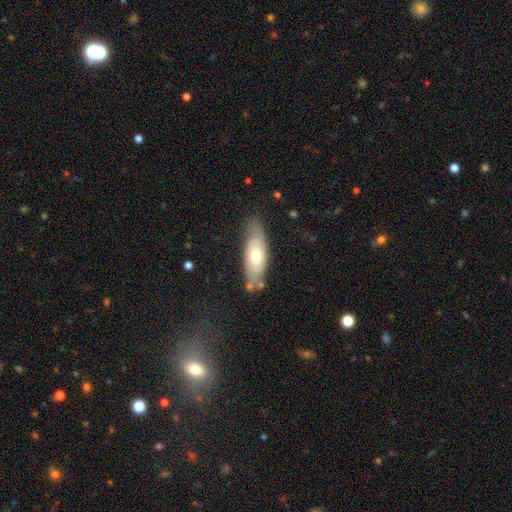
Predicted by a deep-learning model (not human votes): Smooth or featured?
  - smooth: 55% *
  - featured or disk: 39%
  - star or artifact: 7%
How rounded?
  - in between: 69% *
  - cigar-shaped: 29%
  - round: 2%
Merging?
  - none: 68% *
  - minor disturbance: 21%
  - merger: 6%
  - major disturbance: 5%